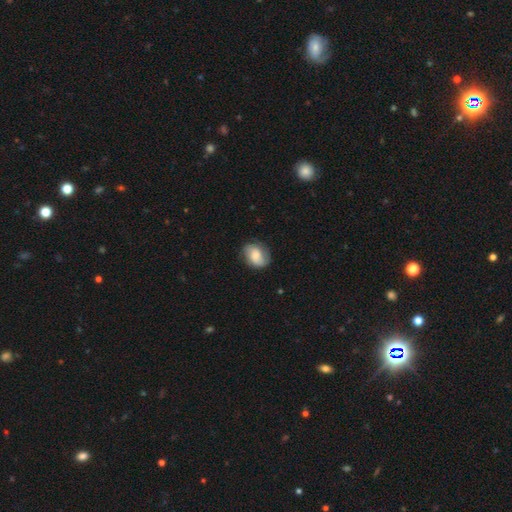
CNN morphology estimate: smooth 61%, featured or disk 32%, star or artifact 8%. Down the decision tree: how rounded — in between (65%); merging — none (74%).